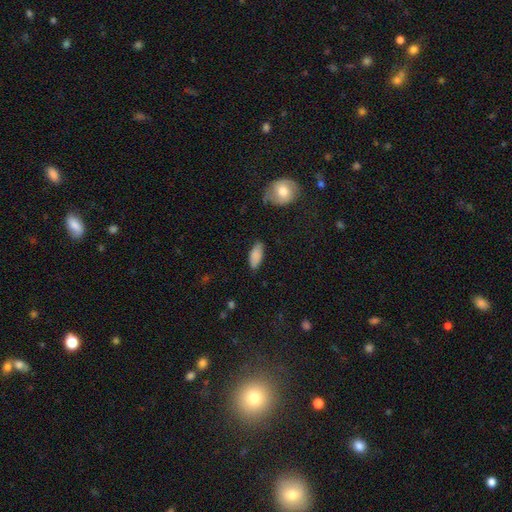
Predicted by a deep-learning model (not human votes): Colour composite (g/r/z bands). It shows a smooth galaxy with no disk features (84%) that is in between round and cigar-shaped (84%). Merging: none (79%).